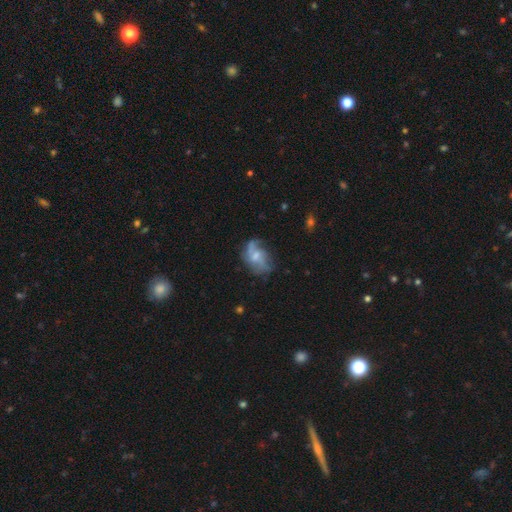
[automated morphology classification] This is possibly a featured or disk galaxy (57%). It is clearly not viewed edge-on (96%). Bar: possibly no (56%). Spiral arm pattern: likely yes (66%). Central bulge: marginally moderate (37%). Merging: marginally none (41%).